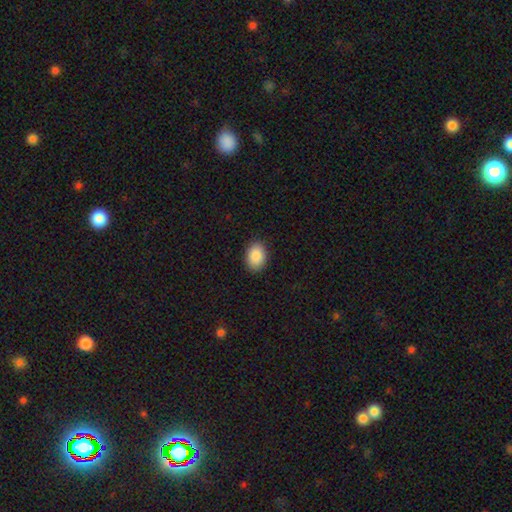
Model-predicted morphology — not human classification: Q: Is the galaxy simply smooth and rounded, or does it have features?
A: smooth — 89%.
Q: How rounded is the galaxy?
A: in between — 84%.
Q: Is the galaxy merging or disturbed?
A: none — 89%.